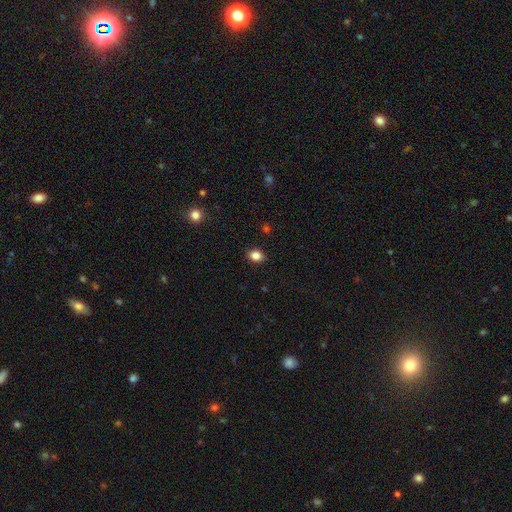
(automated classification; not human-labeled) Smooth or featured? Predicted: smooth (p=0.84). How rounded? Predicted: in between (p=0.63). Merging? Predicted: none (p=0.87).